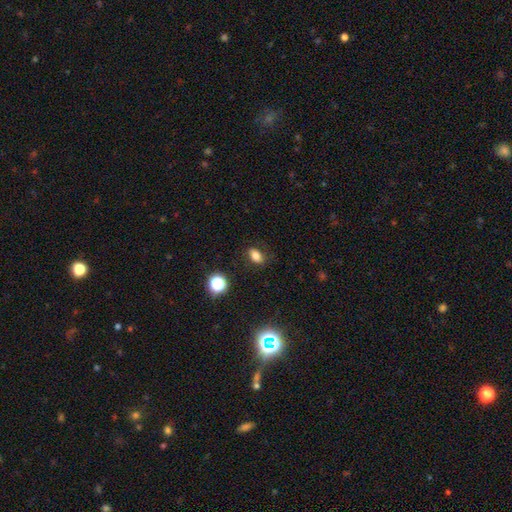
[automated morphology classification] Smooth or featured? Predicted: smooth (p=0.76). How rounded? Predicted: in between (p=0.80). Merging? Predicted: none (p=0.83).